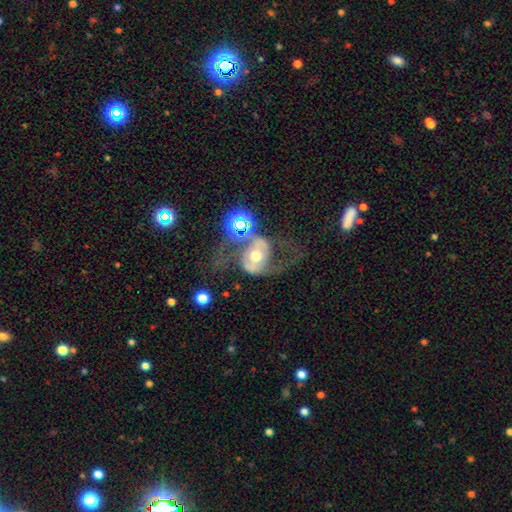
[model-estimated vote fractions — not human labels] Morphology: type=featured or disk (73%); edge-on=no (96%); bar=no (56%); spiral arms=yes (78%); winding=loose (59%); arm count=2 (88%); bulge=moderate (71%); merging=none (42%).